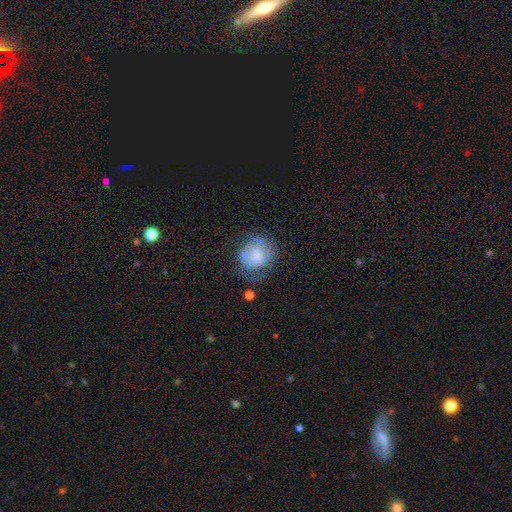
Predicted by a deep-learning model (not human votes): A featured or disk galaxy (59%) with no bar (62%), spiral arms (67%) and a moderate central bulge (39%). Merging: none (49%).